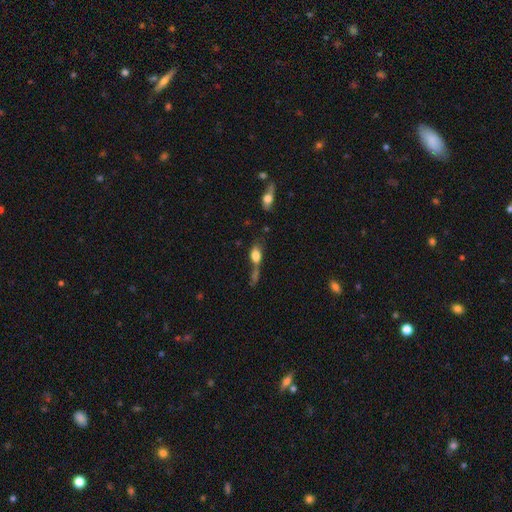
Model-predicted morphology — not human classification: Overall: smooth (69%). How rounded: in between (69%). Merging: merger (43%; major disturbance 22%).